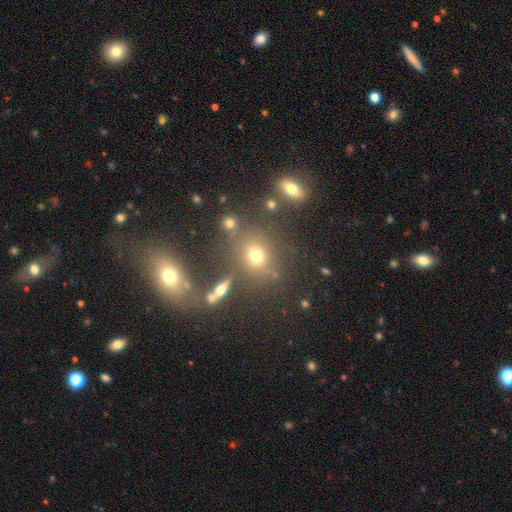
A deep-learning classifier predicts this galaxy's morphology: This appears to be a smooth galaxy with no disk features (64%) that is round (68%). Merging: none (71%).